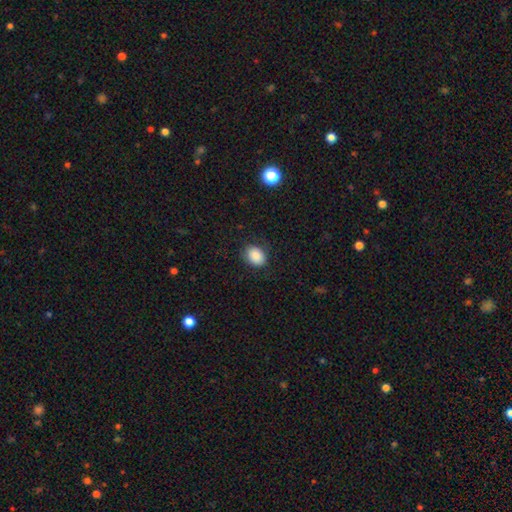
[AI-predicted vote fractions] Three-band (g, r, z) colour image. It shows a smooth galaxy with no disk features (87%) that is in between round and cigar-shaped (61%). Merging: none (81%).